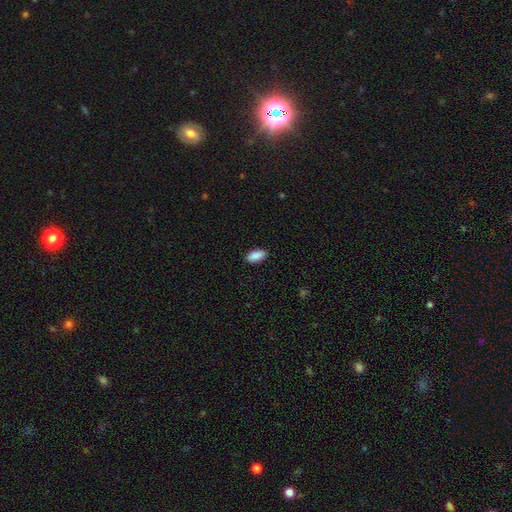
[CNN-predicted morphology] smooth-or-featured: smooth: 90% | star or artifact: 6% | featured or disk: 3%
  how-rounded: in between: 90% | cigar-shaped: 8% | round: 2%
  merging: none: 89% | minor disturbance: 8% | major disturbance: 2% | merger: 1%